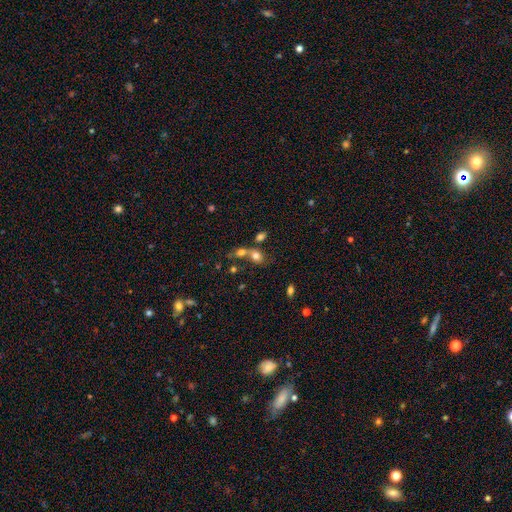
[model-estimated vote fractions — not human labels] Overall: smooth (73%). How rounded: in between (58%; round 40%). Merging: merger (61%; none 25%).